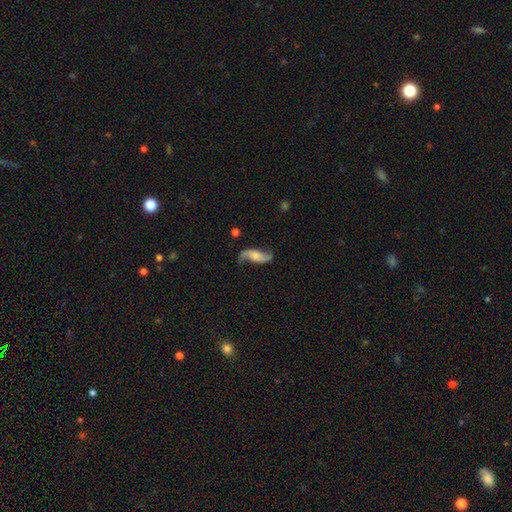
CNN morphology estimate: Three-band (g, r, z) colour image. It shows a featured or disk galaxy (78%) with no bar (61%), 2 (92%) loose (83%) spiral arms (95%) and a small central bulge (33%). Merging: none (70%).